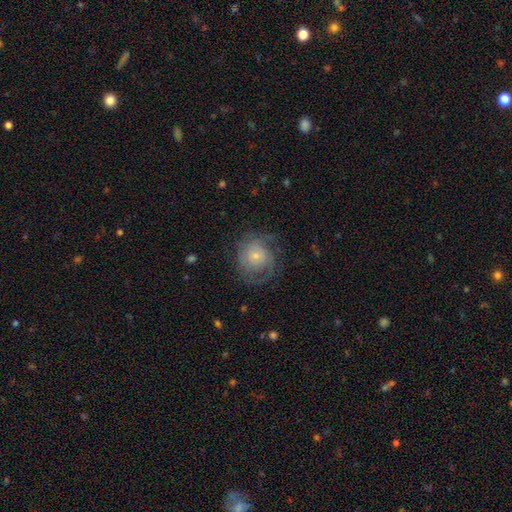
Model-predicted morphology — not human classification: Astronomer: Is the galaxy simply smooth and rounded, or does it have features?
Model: featured or disk — 54% (runner-up: smooth, 37%).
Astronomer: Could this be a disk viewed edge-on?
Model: no — 97%.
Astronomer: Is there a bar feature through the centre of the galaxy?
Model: no — 78%.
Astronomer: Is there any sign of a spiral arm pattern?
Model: yes — 75%.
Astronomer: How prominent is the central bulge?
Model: small — 68%.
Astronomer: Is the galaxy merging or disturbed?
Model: none — 58%.